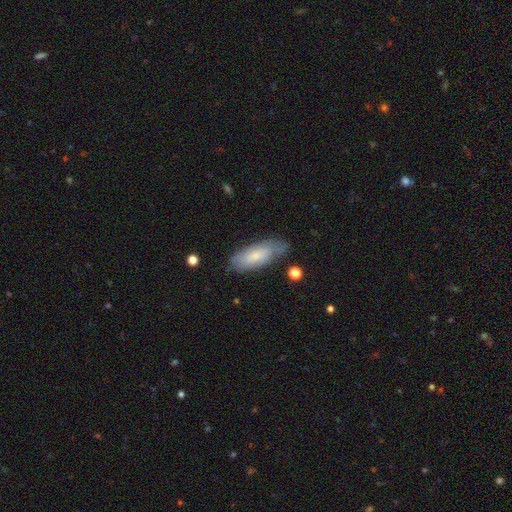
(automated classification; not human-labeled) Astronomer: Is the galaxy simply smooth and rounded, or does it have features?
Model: smooth — 67%.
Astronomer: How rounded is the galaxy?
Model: in between — 74%.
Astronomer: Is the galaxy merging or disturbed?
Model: none — 67%.